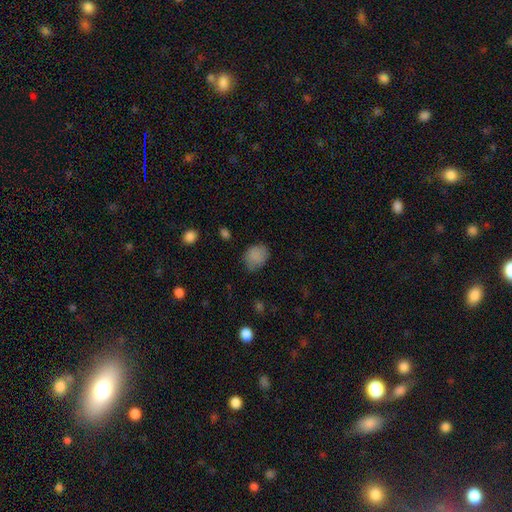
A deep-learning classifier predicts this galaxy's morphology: This appears to be a smooth galaxy with no disk features (85%) that is in between round and cigar-shaped (57%). Merging: none (72%).